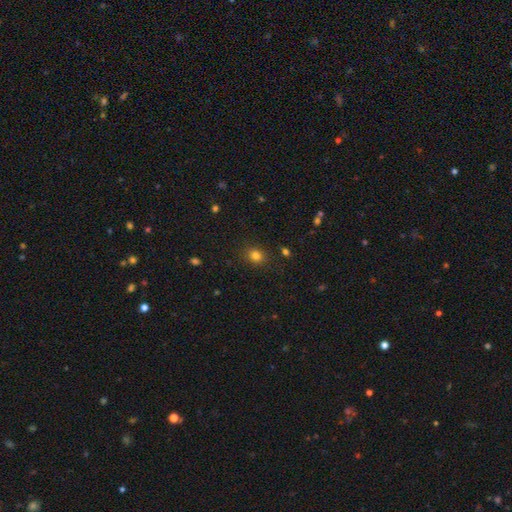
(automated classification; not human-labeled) This is likely a smooth galaxy (80%). How rounded: likely round (70%). Merging: clearly none (87%).